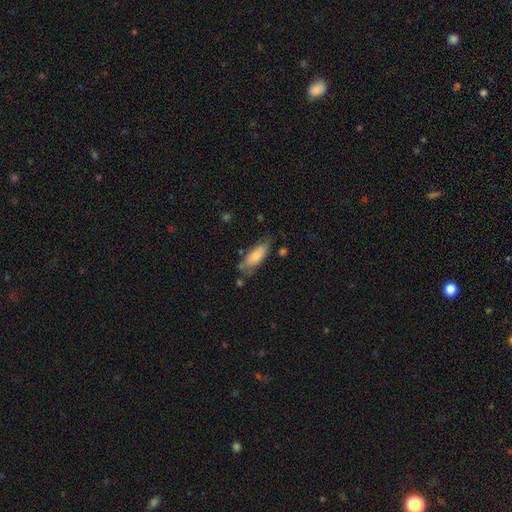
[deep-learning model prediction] A smooth galaxy with no disk features (72%) that is in between round and cigar-shaped (68%). Merging: none (63%).